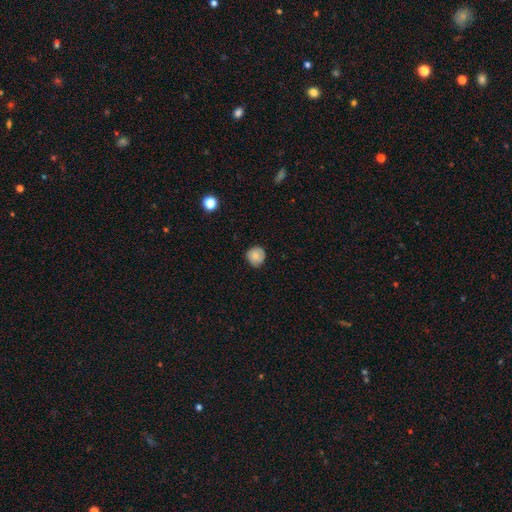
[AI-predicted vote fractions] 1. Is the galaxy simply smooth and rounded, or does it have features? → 83% smooth, 8% star or artifact, 8% featured or disk.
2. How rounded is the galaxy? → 90% round, 9% in between, 1% cigar-shaped.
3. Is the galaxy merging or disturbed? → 82% none, 14% minor disturbance, 2% major disturbance, 1% merger.